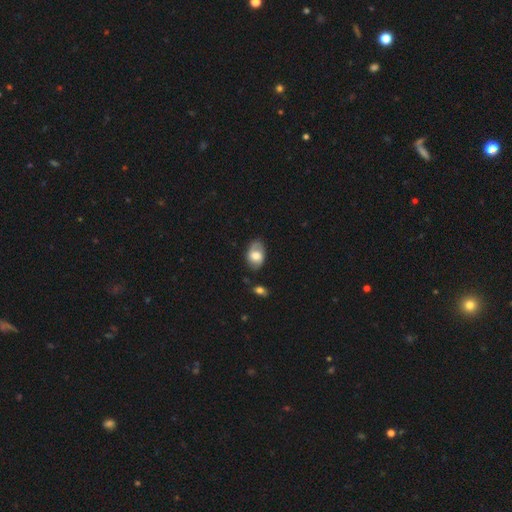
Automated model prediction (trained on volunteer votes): smooth-or-featured: smooth: 63% | featured or disk: 30% | star or artifact: 7%
  how-rounded: in between: 86% | round: 13% | cigar-shaped: 1%
  merging: none: 72% | minor disturbance: 21% | major disturbance: 5% | merger: 3%